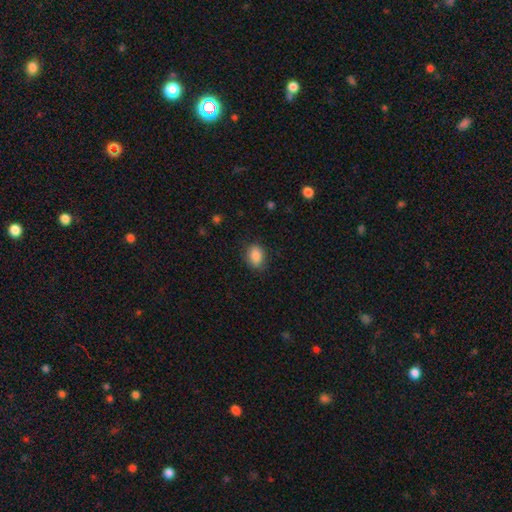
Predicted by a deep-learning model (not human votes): A smooth galaxy with no disk features (87%) that is in between round and cigar-shaped (72%). Merging: none (82%).